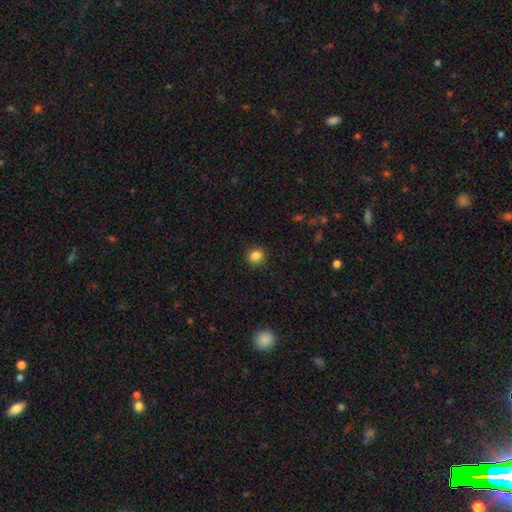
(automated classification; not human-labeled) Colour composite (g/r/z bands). It shows a smooth galaxy with no disk features (85%) that is round (80%). Merging: none (89%).